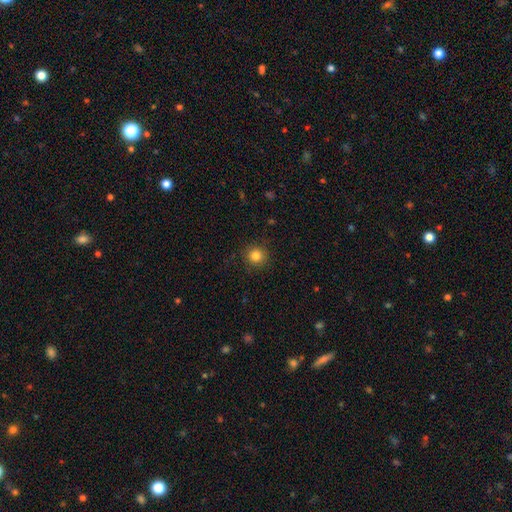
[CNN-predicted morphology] type=smooth (83%); roundness=round (93%); merging=none (89%).